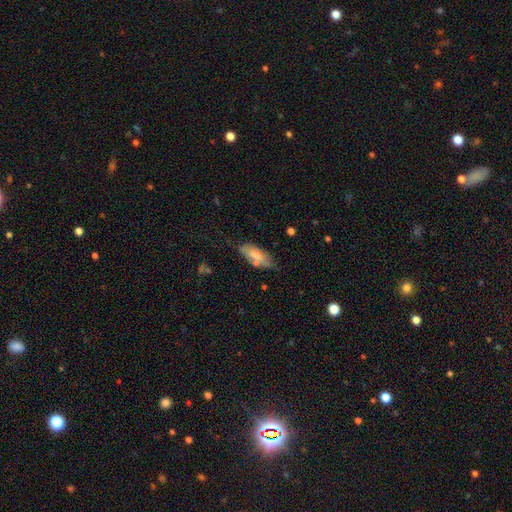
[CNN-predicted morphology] type=smooth (73%); roundness=in between (76%); merging=none (61%).